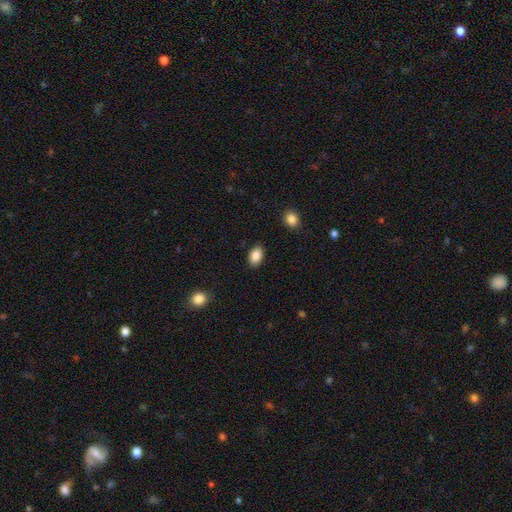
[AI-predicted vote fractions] Smooth or featured: smooth — 86% (star or artifact — 8%)
How rounded: in between — 89% (round — 9%)
Merging: none — 88% (minor disturbance — 8%)